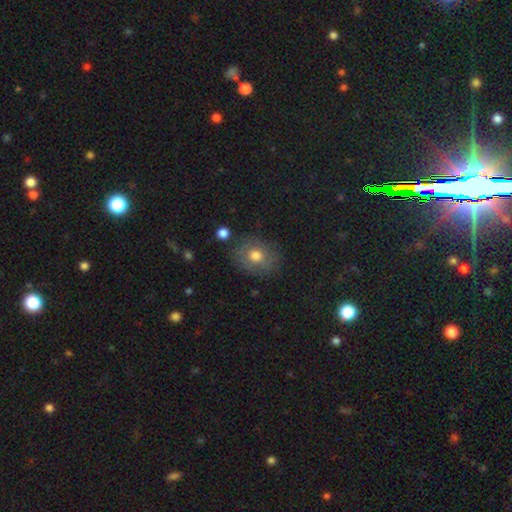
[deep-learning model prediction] smooth 63%, featured or disk 26%, star or artifact 11%. Down the decision tree: how rounded — round (55%); merging — none (77%).